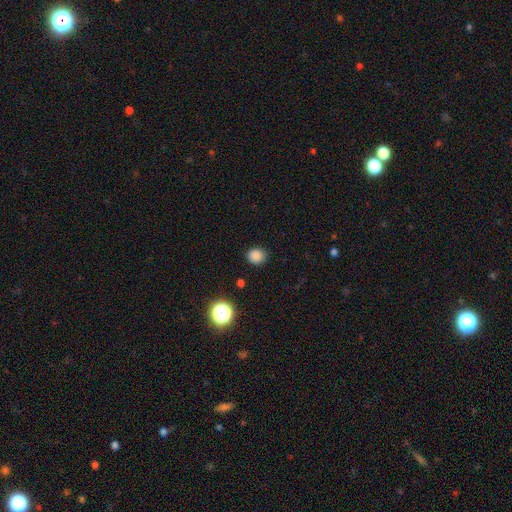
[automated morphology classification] smooth-or-featured: smooth: 84% | star or artifact: 13% | featured or disk: 3%
  how-rounded: round: 82% | in between: 17% | cigar-shaped: 1%
  merging: none: 88% | minor disturbance: 8% | major disturbance: 2% | merger: 1%